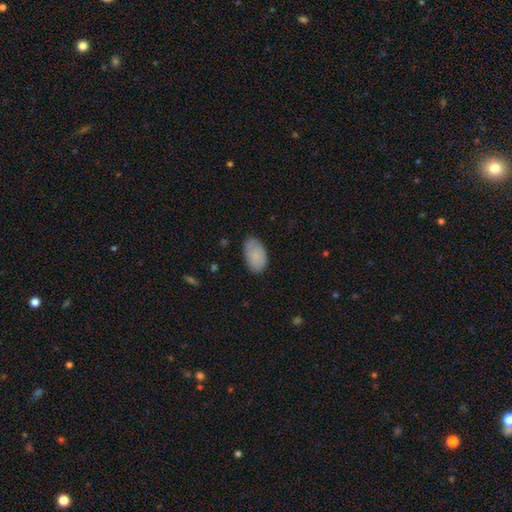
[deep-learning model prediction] smooth_or_featured: smooth (p=0.83) [alt: featured or disk p=0.10]
how_rounded: in between (p=0.94) [alt: round p=0.05]
merging: none (p=0.74) [alt: minor disturbance p=0.21]